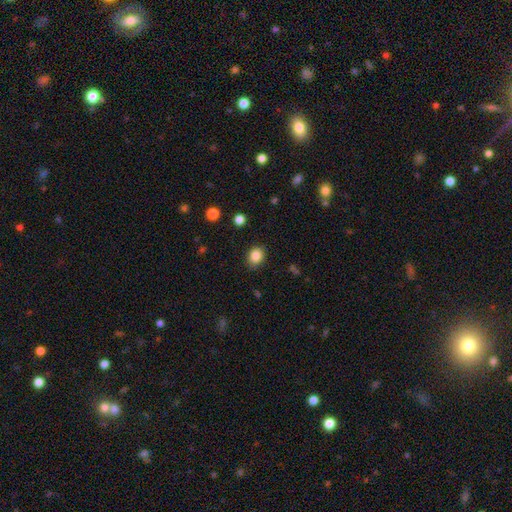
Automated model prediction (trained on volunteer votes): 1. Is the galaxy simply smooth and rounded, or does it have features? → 86% smooth, 10% star or artifact, 4% featured or disk.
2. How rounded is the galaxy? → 52% round, 47% in between, 1% cigar-shaped.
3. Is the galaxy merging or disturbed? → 87% none, 9% minor disturbance, 3% major disturbance, 1% merger.